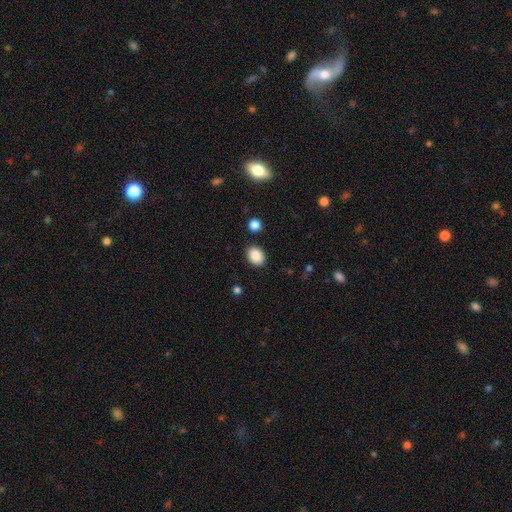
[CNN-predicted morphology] smooth_or_featured: smooth (p=0.88) [alt: star or artifact p=0.08]
how_rounded: in between (p=0.59) [alt: round p=0.40]
merging: none (p=0.87) [alt: minor disturbance p=0.08]